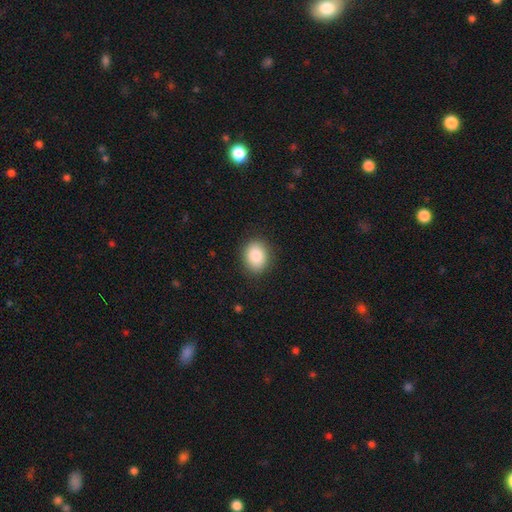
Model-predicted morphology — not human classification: This is clearly a smooth galaxy (85%). How rounded: possibly round (51%). Merging: clearly none (88%).